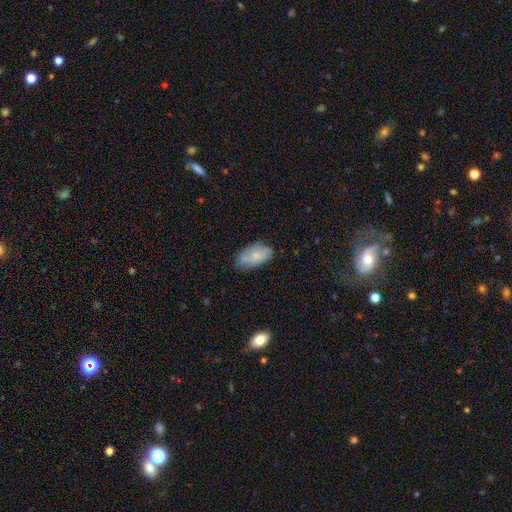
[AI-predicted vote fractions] smooth_or_featured: smooth (p=0.72) [alt: featured or disk p=0.21]
how_rounded: in between (p=0.93) [alt: round p=0.04]
merging: none (p=0.68) [alt: minor disturbance p=0.25]